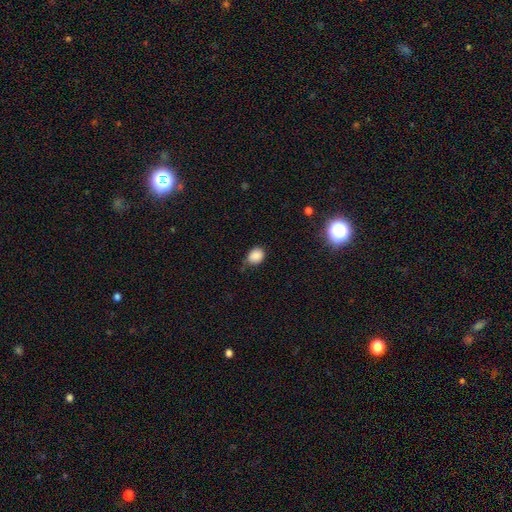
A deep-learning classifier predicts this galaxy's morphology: Smooth or featured? smooth (85%)
How rounded? round (57%)
Merging? none (64%)